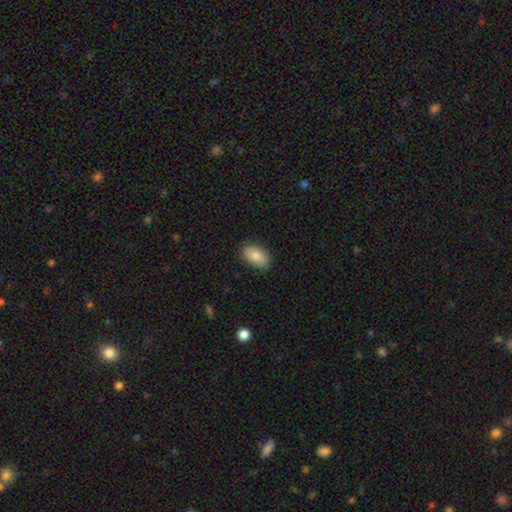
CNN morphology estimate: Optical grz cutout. It shows a smooth galaxy with no disk features (81%) that is in between round and cigar-shaped (91%). Merging: none (86%).